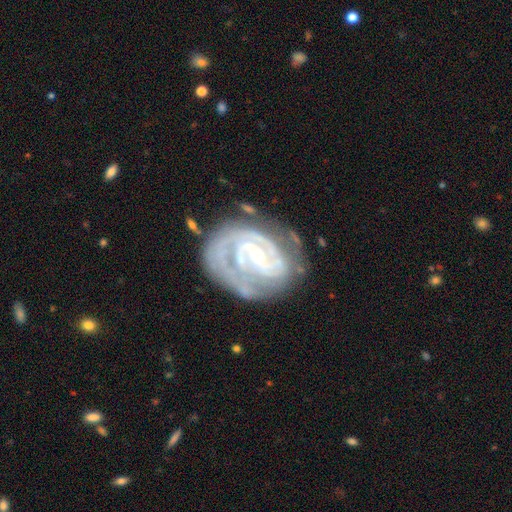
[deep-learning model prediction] The model was most divided on "bar": no: 46%, weak: 37%, strong: 17%. Remaining: edge-on disk — no (98%); spiral arms — yes (95%); smooth or featured — featured or disk (88%); spiral winding — tight (70%); bulge size — small (69%); merging — none (58%); spiral arm count — 2 (39%).